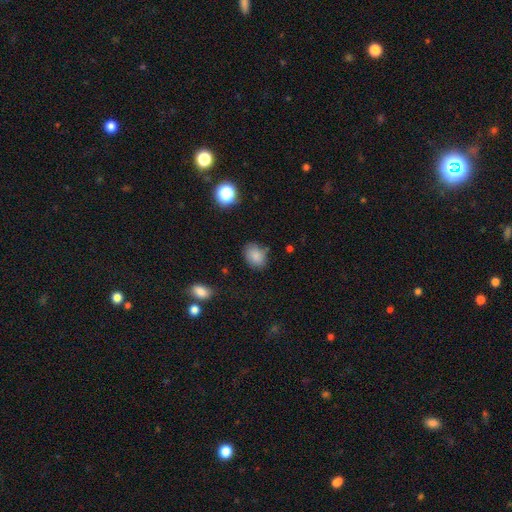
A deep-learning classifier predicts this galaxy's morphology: This is clearly a smooth galaxy (85%). How rounded: likely in between (71%). Merging: likely none (77%).